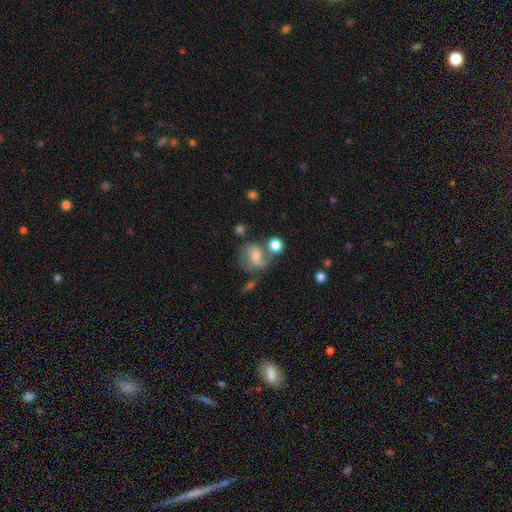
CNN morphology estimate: This appears to be a smooth galaxy with no disk features (45%). Merging: none (48%).